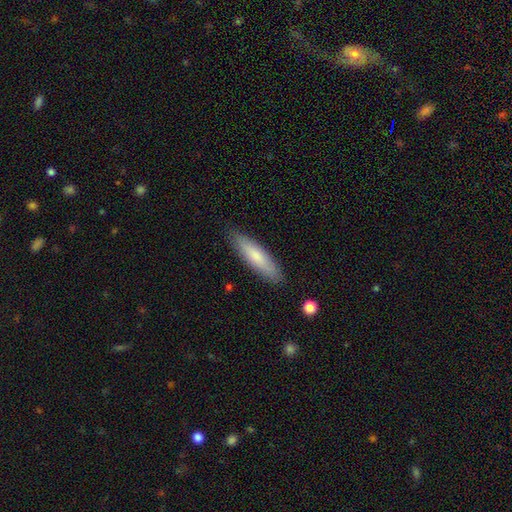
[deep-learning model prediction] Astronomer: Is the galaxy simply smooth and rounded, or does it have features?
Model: smooth — 75%.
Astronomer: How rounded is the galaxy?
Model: cigar-shaped — 73%.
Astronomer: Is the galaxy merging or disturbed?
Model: none — 87%.